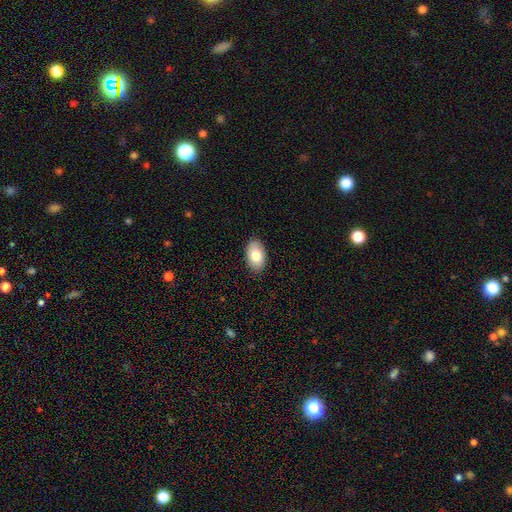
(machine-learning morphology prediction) This appears to be a smooth galaxy with no disk features (80%) that is in between round and cigar-shaped (93%). Merging: none (88%).